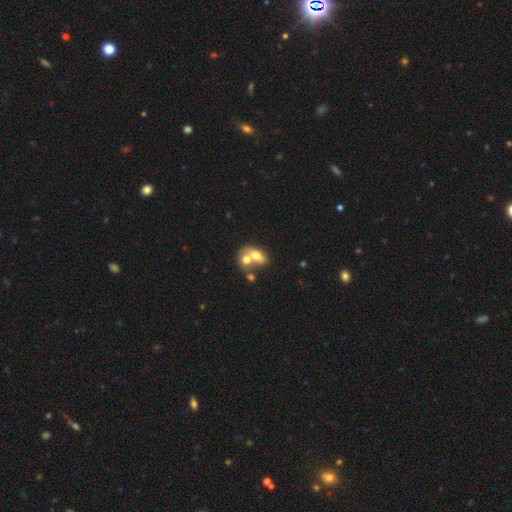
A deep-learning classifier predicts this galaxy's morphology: A smooth galaxy with no disk features (63%) that is in between round and cigar-shaped (73%).

Vote fractions:
- Smooth or featured? smooth: 63% / featured or disk: 29% / star or artifact: 8%
- How rounded? in between: 73% / round: 25% / cigar-shaped: 2%
- Merging? merger: 70% / none: 18% / minor disturbance: 7% / major disturbance: 5%